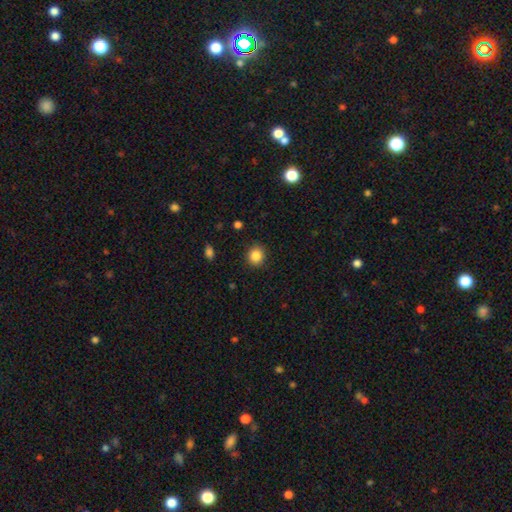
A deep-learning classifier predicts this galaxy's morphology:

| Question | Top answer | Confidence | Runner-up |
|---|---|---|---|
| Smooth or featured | smooth | 86% | star or artifact (10%) |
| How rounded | round | 83% | in between (17%) |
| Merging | none | 89% | minor disturbance (8%) |